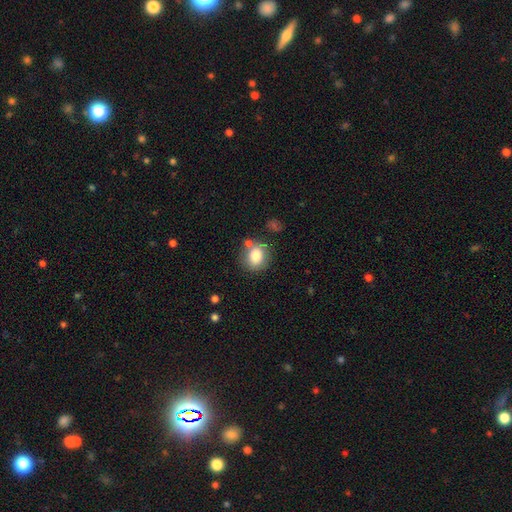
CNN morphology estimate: A smooth galaxy with no disk features (80%) that is round (70%). Merging: none (71%).